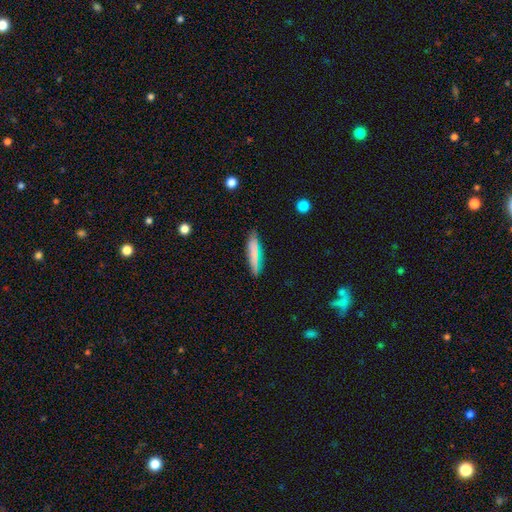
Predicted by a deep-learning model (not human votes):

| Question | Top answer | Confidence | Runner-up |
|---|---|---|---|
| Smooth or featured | smooth | 71% | featured or disk (18%) |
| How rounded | cigar-shaped | 63% | in between (34%) |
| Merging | none | 83% | minor disturbance (13%) |